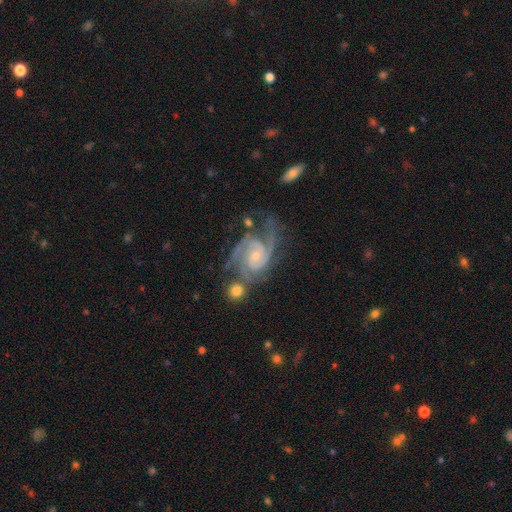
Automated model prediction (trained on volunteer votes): This appears to be a featured or disk galaxy (92%) with no bar (63%), 2 (55%) tight (49%) spiral arms (98%) and a small central bulge (67%). Merging: none (52%).